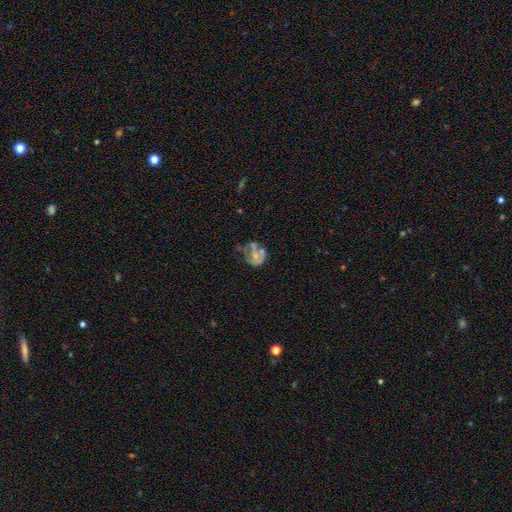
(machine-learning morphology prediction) Q: Smooth or featured?
A: featured or disk (61%); runner-up: smooth (28%)
Q: Edge-on disk?
A: no (98%); runner-up: yes (2%)
Q: Bar?
A: no (69%); runner-up: weak (24%)
Q: Spiral arms?
A: no (54%); runner-up: yes (46%)
Q: Bulge size?
A: small (43%); runner-up: moderate (29%)
Q: Merging?
A: major disturbance (33%); runner-up: none (30%)